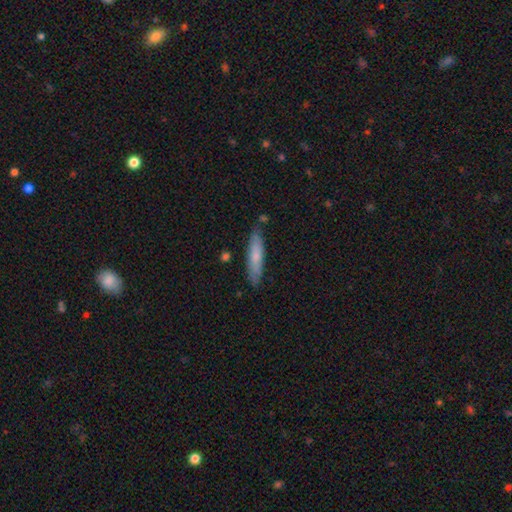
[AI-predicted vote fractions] Smooth or featured? Predicted: smooth (p=0.69). How rounded? Predicted: cigar-shaped (p=0.84). Merging? Predicted: none (p=0.81).